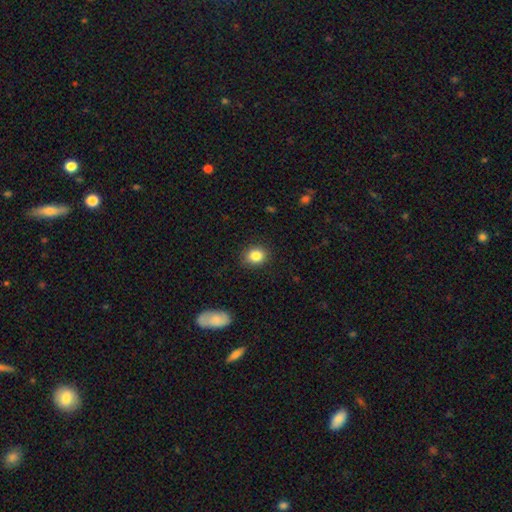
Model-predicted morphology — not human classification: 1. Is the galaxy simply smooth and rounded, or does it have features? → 84% smooth, 10% star or artifact, 6% featured or disk.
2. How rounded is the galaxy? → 65% round, 34% in between, 1% cigar-shaped.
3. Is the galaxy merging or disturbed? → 88% none, 9% minor disturbance, 2% major disturbance, 1% merger.